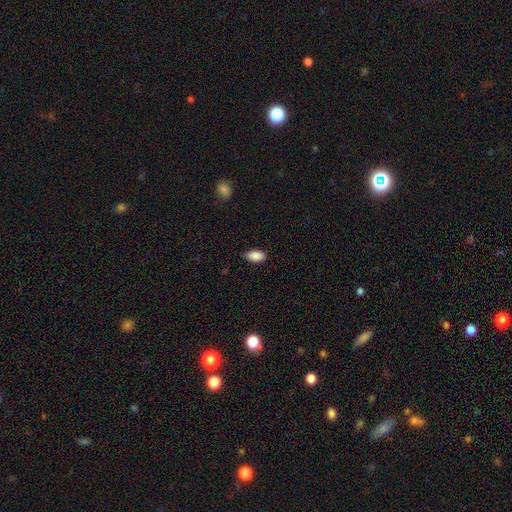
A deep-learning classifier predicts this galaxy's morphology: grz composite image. It shows a smooth galaxy with no disk features (88%) that is in between round and cigar-shaped (93%). Merging: none (79%).